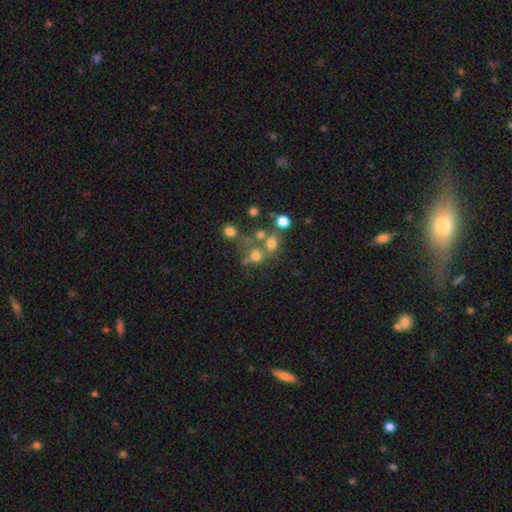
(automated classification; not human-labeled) Overall: smooth (66%). How rounded: round (80%). Merging: none (47%; merger 36%).